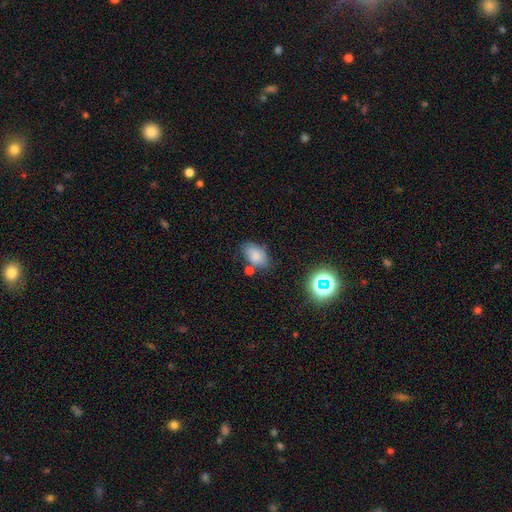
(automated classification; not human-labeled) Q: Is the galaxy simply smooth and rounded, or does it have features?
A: smooth — 80%.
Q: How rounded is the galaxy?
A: in between — 88%.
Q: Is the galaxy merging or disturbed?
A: none — 64%.